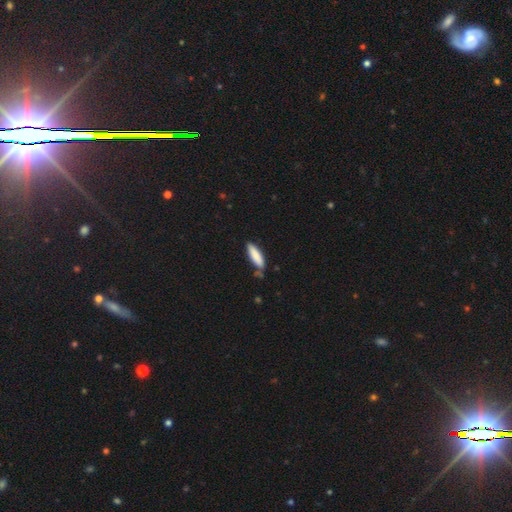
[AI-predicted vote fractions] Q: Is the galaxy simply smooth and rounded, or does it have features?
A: smooth — 85%.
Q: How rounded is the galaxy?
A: cigar-shaped — 61%.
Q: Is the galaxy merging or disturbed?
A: none — 73%.